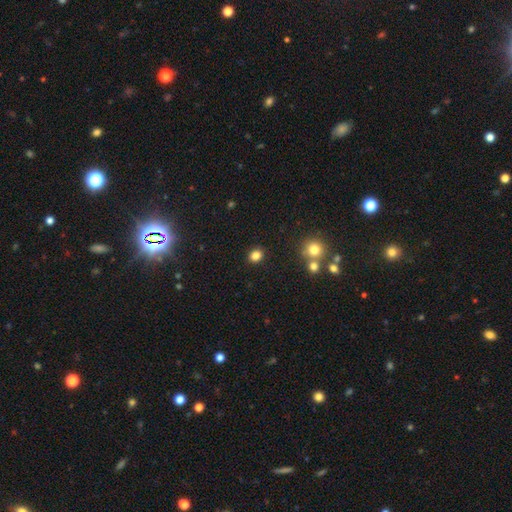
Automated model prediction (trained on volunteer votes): smooth_or_featured: smooth (p=0.83) [alt: star or artifact p=0.12]
how_rounded: round (p=0.65) [alt: in between p=0.34]
merging: none (p=0.88) [alt: minor disturbance p=0.07]